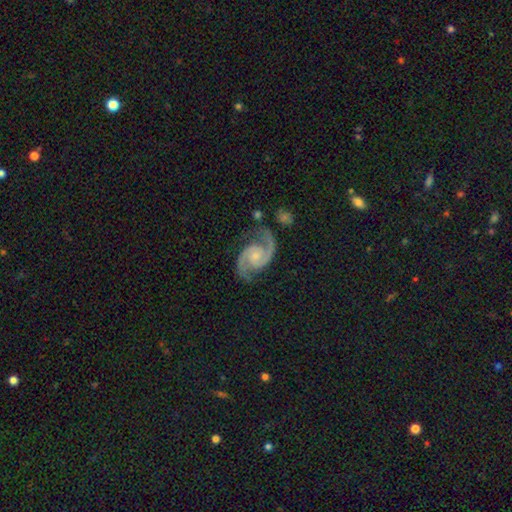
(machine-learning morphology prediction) The model was most divided on "bulge size": small: 59%, moderate: 29%, none: 8%, large: 2%, dominant: 1%. More confident: spiral arms — yes (99%); edge-on disk — no (98%); spiral arm count — 2 (94%); smooth or featured — featured or disk (93%); merging — none (77%); bar — no (65%); spiral winding — medium (62%).